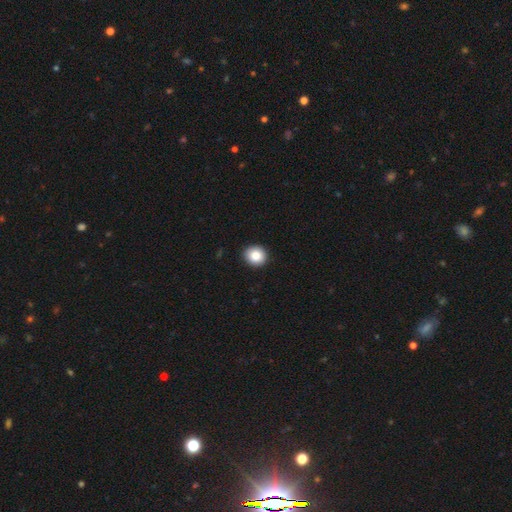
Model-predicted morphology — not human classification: This appears to be a smooth galaxy with no disk features (86%) that is round (82%). Merging: none (91%).